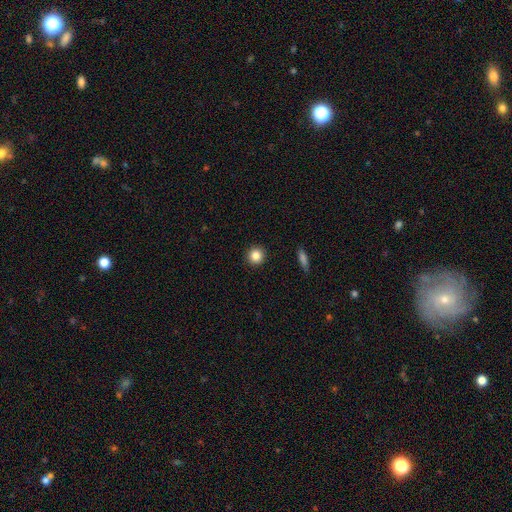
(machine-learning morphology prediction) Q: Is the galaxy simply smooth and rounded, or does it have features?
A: smooth — 85%.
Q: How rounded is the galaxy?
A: round — 93%.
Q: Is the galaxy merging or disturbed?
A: none — 92%.